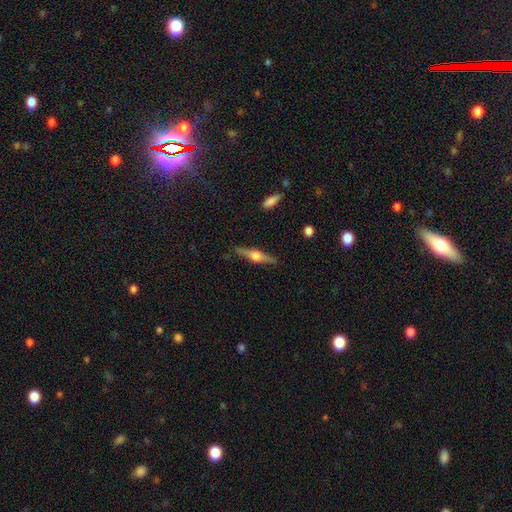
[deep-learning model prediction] featured or disk 73%, smooth 22%, star or artifact 6%. Down the decision tree: edge-on disk — yes (97%); edge-on bulge — rounded (93%); merging — none (87%).